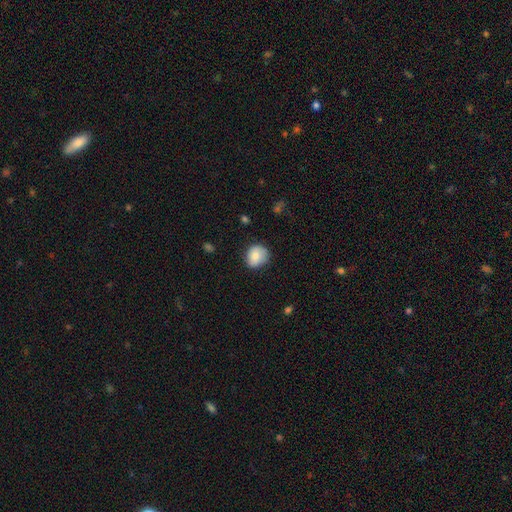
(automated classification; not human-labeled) This appears to be a smooth galaxy with no disk features (78%) that is round (75%). Merging: none (74%).